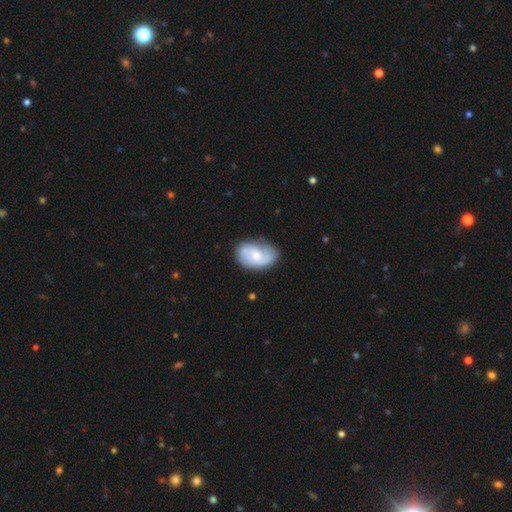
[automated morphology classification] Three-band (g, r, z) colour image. It shows a featured or disk galaxy (53%) with no bar (64%), spiral arms (84%) and a small central bulge (50%). Merging: none (68%).